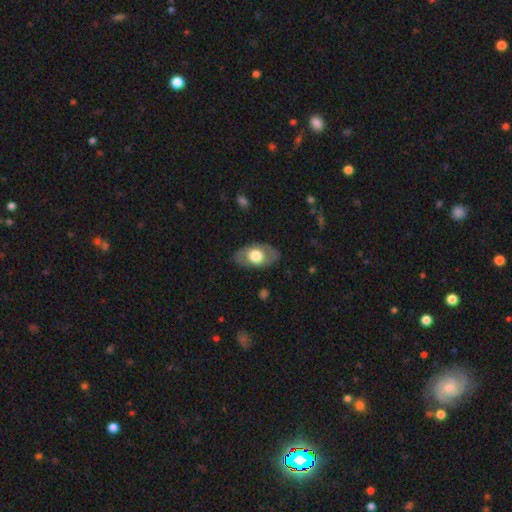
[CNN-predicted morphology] This is possibly a smooth galaxy (49%). Merging: clearly none (80%).